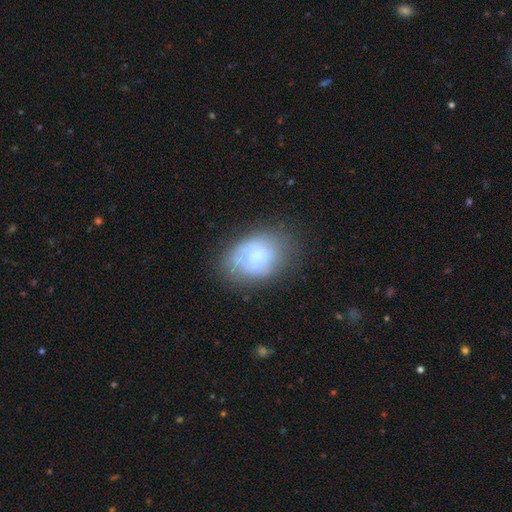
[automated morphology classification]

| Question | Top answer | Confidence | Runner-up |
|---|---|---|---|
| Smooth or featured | smooth | 49% | featured or disk (42%) |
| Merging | none | 55% | minor disturbance (28%) |